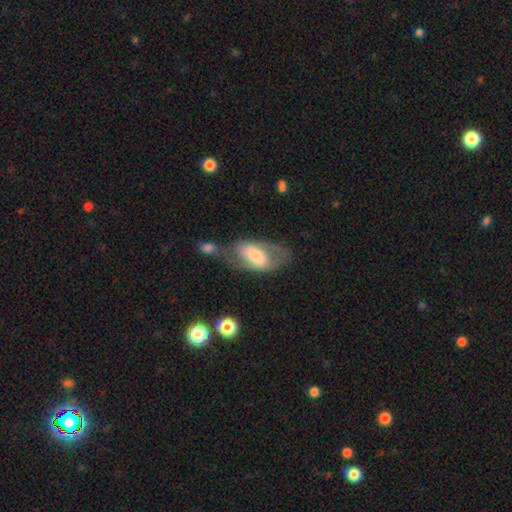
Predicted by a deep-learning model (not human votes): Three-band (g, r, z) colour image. It shows a smooth galaxy with no disk features (50%). Merging: none (41%).